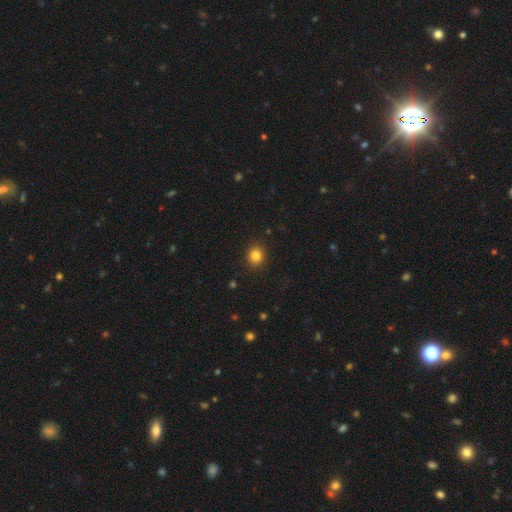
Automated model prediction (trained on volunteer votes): The model was most divided on "how rounded": round: 83%, in between: 16%, cigar-shaped: 1%. More confident: merging — none (90%); smooth or featured — smooth (83%).